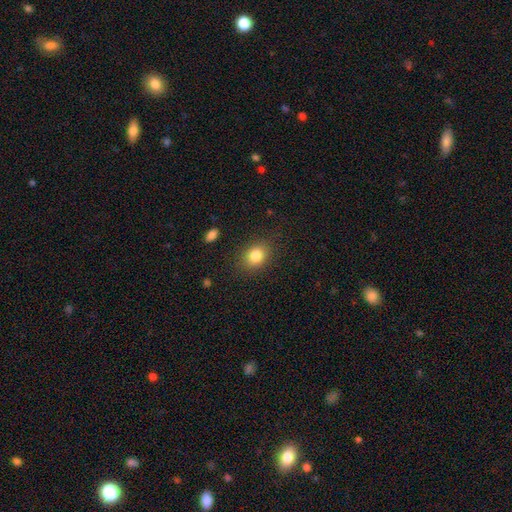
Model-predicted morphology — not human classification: The model was most divided on "how rounded": in between: 53%, round: 46%, cigar-shaped: 1%. More confident: merging — none (85%); smooth or featured — smooth (83%).